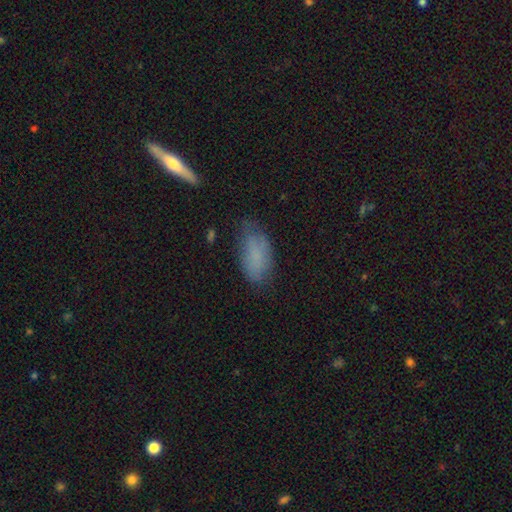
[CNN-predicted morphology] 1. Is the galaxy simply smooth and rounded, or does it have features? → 73% smooth, 17% featured or disk, 10% star or artifact.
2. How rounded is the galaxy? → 90% in between, 7% cigar-shaped, 3% round.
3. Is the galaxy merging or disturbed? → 62% none, 28% minor disturbance, 8% major disturbance, 2% merger.